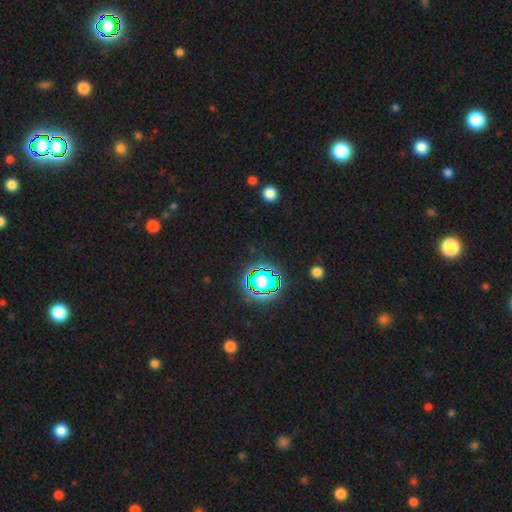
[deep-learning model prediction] A star or artifact, not a galaxy (80%).